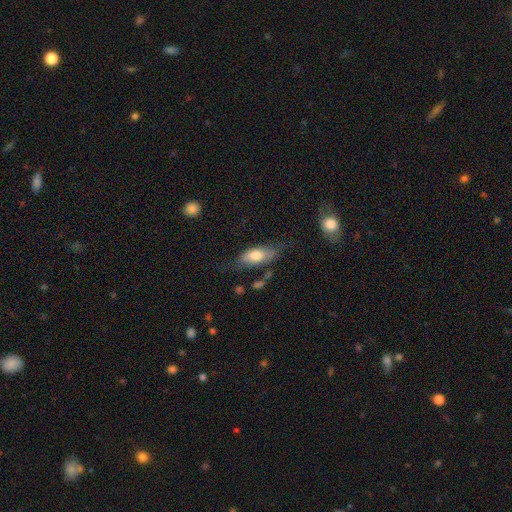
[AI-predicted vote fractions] Smooth or featured? Predicted: smooth (p=0.71). How rounded? Predicted: in between (p=0.78). Merging? Predicted: none (p=0.58).